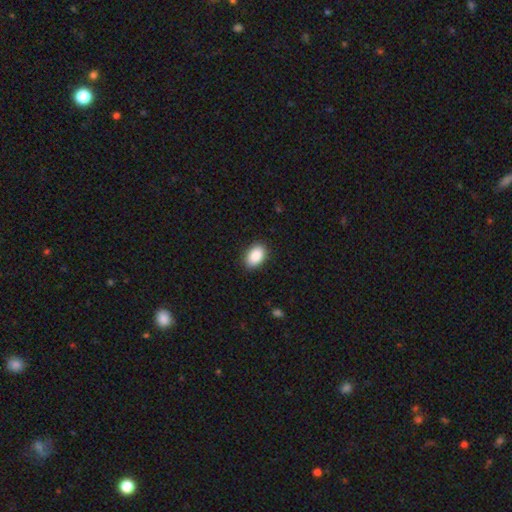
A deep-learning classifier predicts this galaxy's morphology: A smooth galaxy with no disk features (89%) that is in between round and cigar-shaped (88%).

Vote fractions:
- Smooth or featured? smooth: 89% / star or artifact: 7% / featured or disk: 4%
- How rounded? in between: 88% / round: 10% / cigar-shaped: 1%
- Merging? none: 87% / minor disturbance: 10% / major disturbance: 2% / merger: 1%